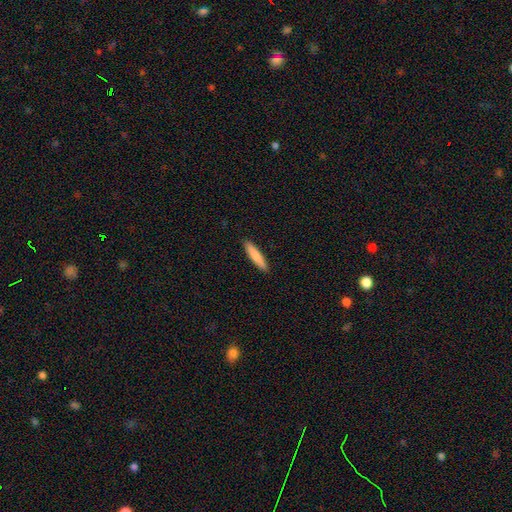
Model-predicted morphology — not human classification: Smooth or featured? smooth (81%)
How rounded? cigar-shaped (88%)
Merging? none (92%)